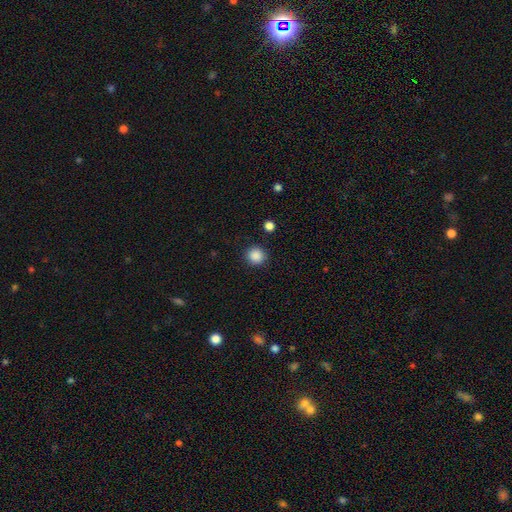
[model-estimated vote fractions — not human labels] A smooth galaxy with no disk features (87%) that is round (94%).

Vote fractions:
- Smooth or featured? smooth: 87% / star or artifact: 10% / featured or disk: 3%
- How rounded? round: 94% / in between: 5% / cigar-shaped: 1%
- Merging? none: 90% / minor disturbance: 6% / major disturbance: 2% / merger: 2%